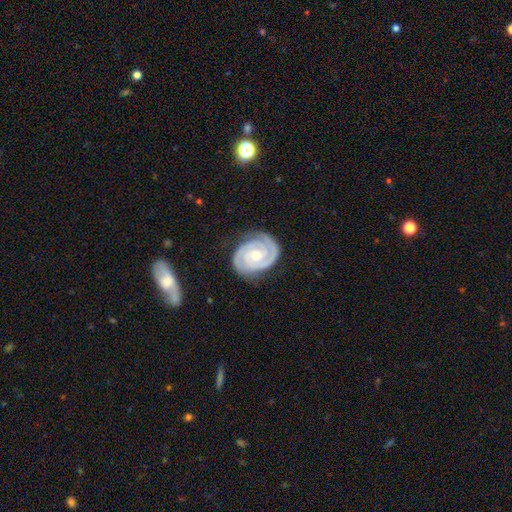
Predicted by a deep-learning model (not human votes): smooth_or_featured: featured or disk (p=0.90) [alt: smooth p=0.06]
disk_edge_on: no (p=0.98) [alt: yes p=0.02]
bar: no (p=0.68) [alt: weak p=0.25]
has_spiral_arms: yes (p=0.98) [alt: no p=0.02]
spiral_winding: tight (p=0.80) [alt: medium p=0.18]
spiral_arm_count: 2 (p=0.80) [alt: 3 p=0.08]
bulge_size: small (p=0.51) [alt: moderate p=0.44]
merging: none (p=0.81) [alt: minor disturbance p=0.14]